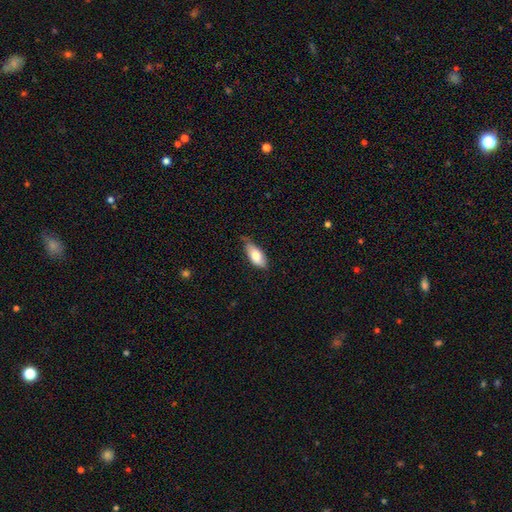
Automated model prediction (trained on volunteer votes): smooth-or-featured: smooth: 79% | featured or disk: 14% | star or artifact: 6%
  how-rounded: in between: 87% | cigar-shaped: 11% | round: 2%
  merging: none: 54% | minor disturbance: 38% | major disturbance: 6% | merger: 2%